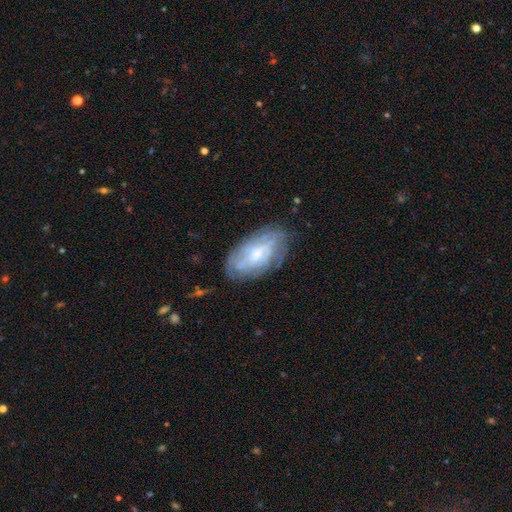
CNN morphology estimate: featured or disk 58%, smooth 33%, star or artifact 9%. Down the decision tree: edge-on disk — no (90%); bar — no (56%); spiral arms — yes (73%); bulge size — moderate (44%); merging — none (74%).